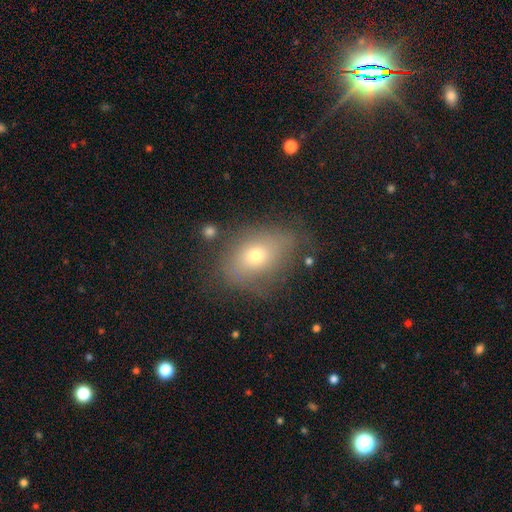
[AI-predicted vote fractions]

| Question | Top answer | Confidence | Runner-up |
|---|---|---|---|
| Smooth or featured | smooth | 61% | featured or disk (25%) |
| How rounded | in between | 72% | round (26%) |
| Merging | none | 63% | minor disturbance (23%) |